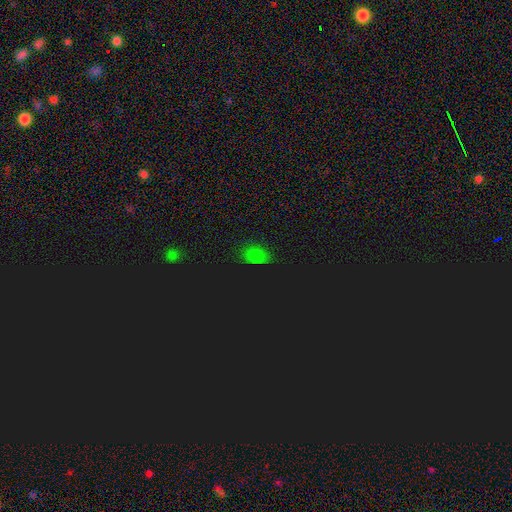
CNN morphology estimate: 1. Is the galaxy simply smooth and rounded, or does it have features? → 56% smooth, 39% star or artifact, 5% featured or disk.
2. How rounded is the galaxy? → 77% in between, 20% round, 3% cigar-shaped.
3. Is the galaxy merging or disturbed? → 76% none, 17% minor disturbance, 5% major disturbance, 2% merger.